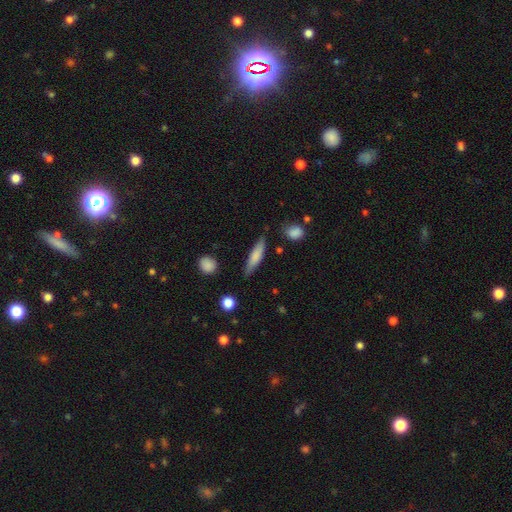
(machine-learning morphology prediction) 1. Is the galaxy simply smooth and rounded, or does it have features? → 70% smooth, 24% featured or disk, 6% star or artifact.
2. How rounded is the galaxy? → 77% cigar-shaped, 21% in between, 2% round.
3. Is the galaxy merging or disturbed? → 79% none, 15% minor disturbance, 3% major disturbance, 3% merger.